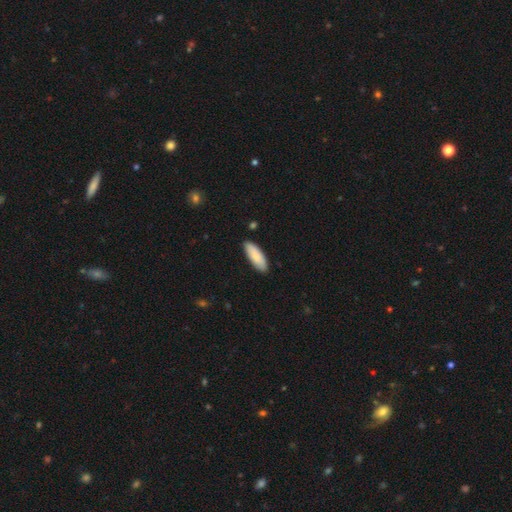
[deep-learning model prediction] A smooth galaxy with no disk features (87%) that is in between round and cigar-shaped (67%).

Vote fractions:
- Smooth or featured? smooth: 87% / featured or disk: 7% / star or artifact: 5%
- How rounded? in between: 67% / cigar-shaped: 32% / round: 1%
- Merging? none: 87% / minor disturbance: 10% / major disturbance: 2% / merger: 1%